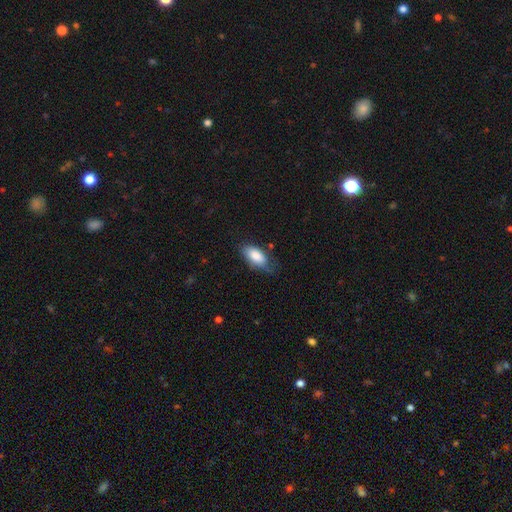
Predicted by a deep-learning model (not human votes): A smooth galaxy with no disk features (82%) that is in between round and cigar-shaped (91%). Merging: none (56%).